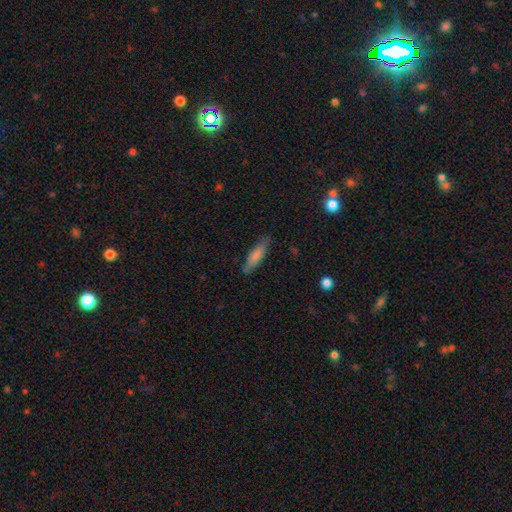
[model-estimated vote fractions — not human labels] Smooth or featured? smooth (77%)
How rounded? cigar-shaped (65%)
Merging? none (79%)